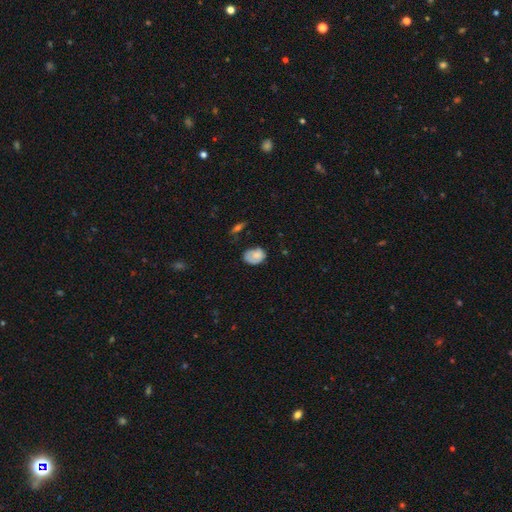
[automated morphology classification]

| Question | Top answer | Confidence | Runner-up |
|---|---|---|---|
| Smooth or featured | smooth | 73% | featured or disk (20%) |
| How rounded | in between | 62% | round (36%) |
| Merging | none | 48% | minor disturbance (35%) |